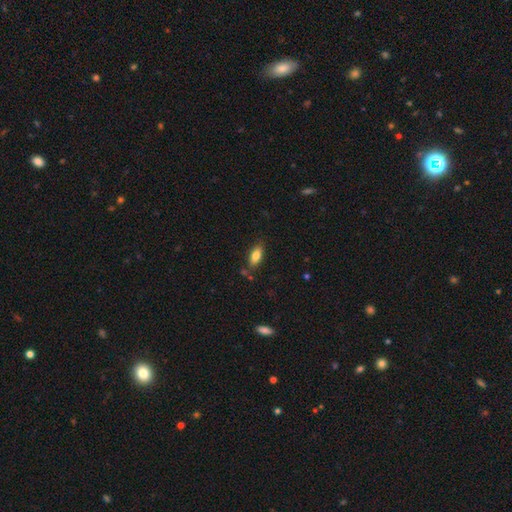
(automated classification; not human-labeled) Smooth or featured: smooth — 82% (featured or disk — 11%)
How rounded: in between — 85% (cigar-shaped — 12%)
Merging: none — 76% (minor disturbance — 15%)